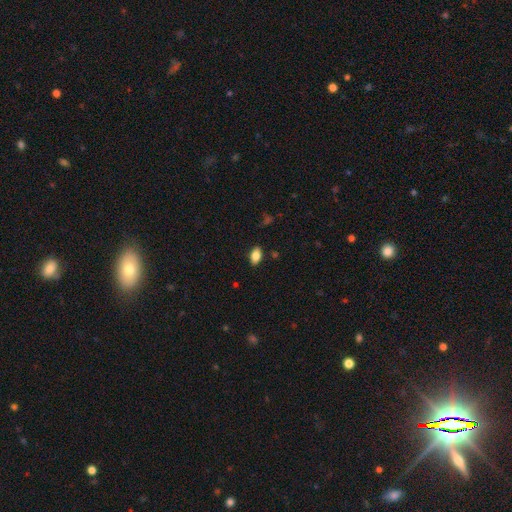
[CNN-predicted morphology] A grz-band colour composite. It shows a smooth galaxy with no disk features (85%) that is in between round and cigar-shaped (91%). Merging: none (88%).